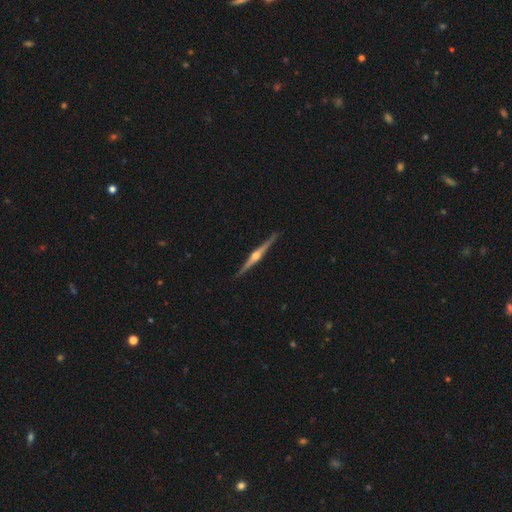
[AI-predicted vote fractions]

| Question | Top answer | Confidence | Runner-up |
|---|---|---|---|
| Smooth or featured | featured or disk | 85% | smooth (10%) |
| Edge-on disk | yes | 99% | no (1%) |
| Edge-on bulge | rounded | 95% | boxy (3%) |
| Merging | none | 92% | minor disturbance (6%) |